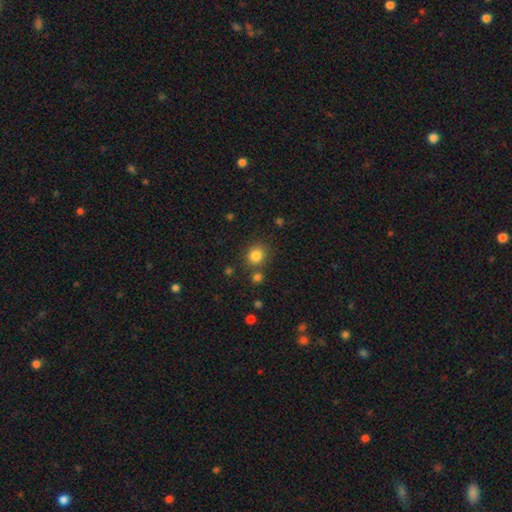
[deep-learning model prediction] Smooth or featured: smooth — 83% (star or artifact — 12%)
How rounded: round — 83% (in between — 16%)
Merging: none — 77% (merger — 10%)